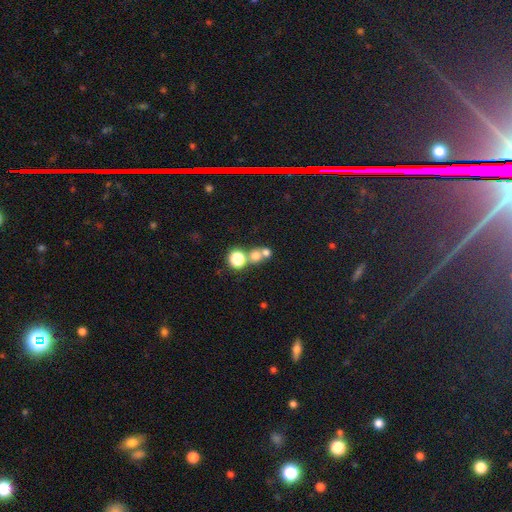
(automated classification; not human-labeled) Overall: smooth (65%). How rounded: round (83%). Merging: merger (47%; none 43%).